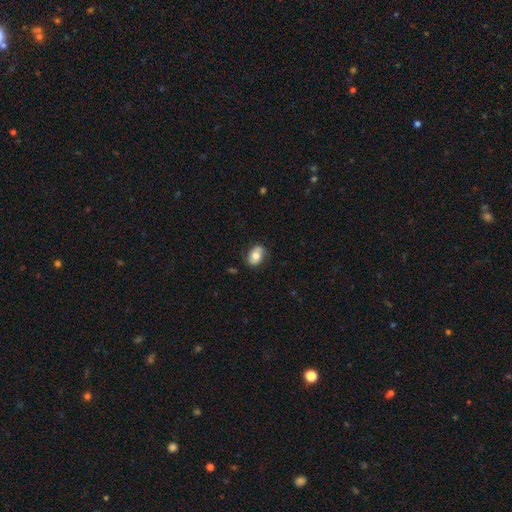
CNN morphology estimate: This is likely a smooth galaxy (70%). How rounded: clearly in between (81%). Merging: likely none (78%).